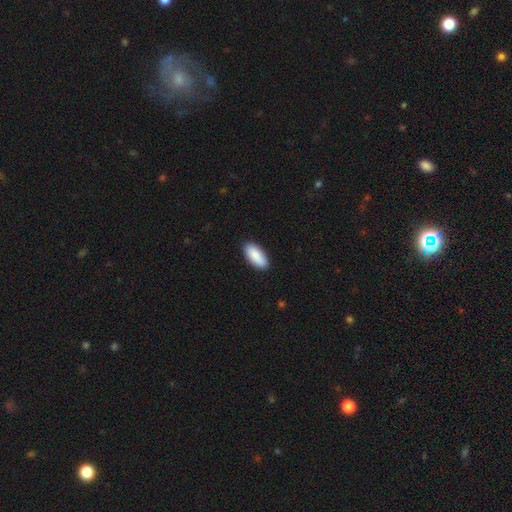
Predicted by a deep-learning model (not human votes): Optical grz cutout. It shows a smooth galaxy with no disk features (90%) that is in between round and cigar-shaped (87%). Merging: none (90%).